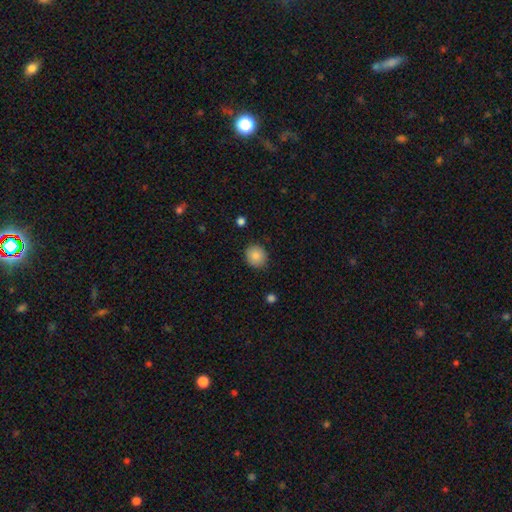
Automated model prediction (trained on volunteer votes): Smooth or featured: smooth — 86% (star or artifact — 8%)
How rounded: round — 81% (in between — 18%)
Merging: none — 86% (minor disturbance — 10%)